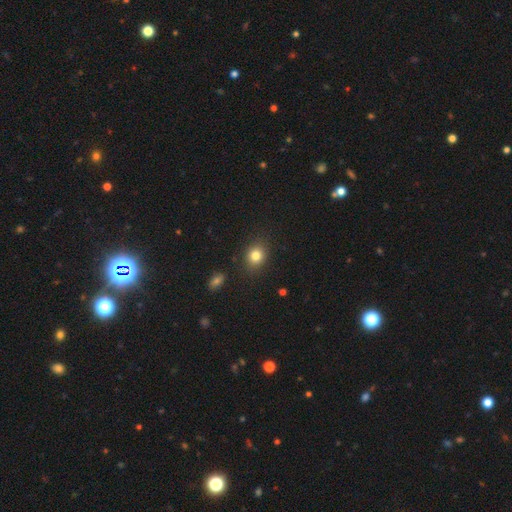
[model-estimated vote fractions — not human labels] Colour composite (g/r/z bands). It shows a smooth galaxy with no disk features (81%) that is round (55%). Merging: none (84%).